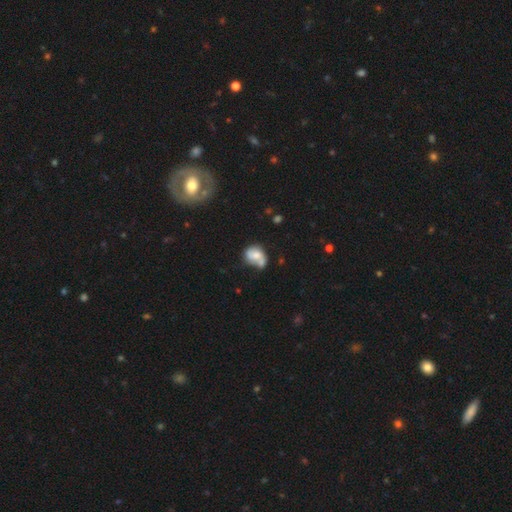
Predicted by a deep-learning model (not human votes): Smooth or featured? Predicted: smooth (p=0.57). How rounded? Predicted: in between (p=0.55). Merging? Predicted: merger (p=0.34).